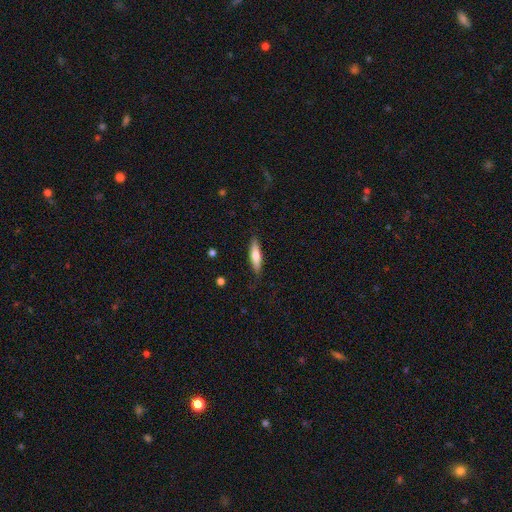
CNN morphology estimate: type=smooth (64%); roundness=cigar-shaped (75%); merging=none (85%).